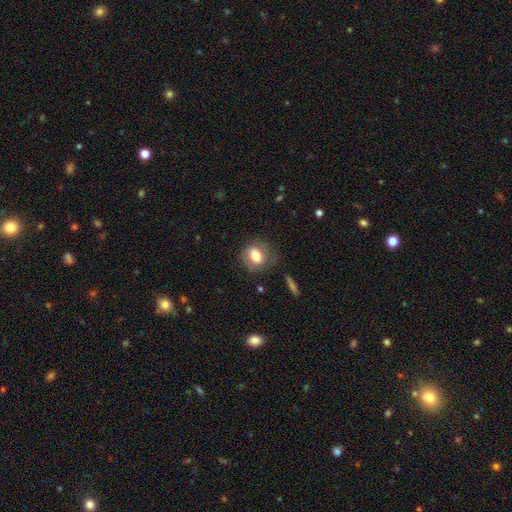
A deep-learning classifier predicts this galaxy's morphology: Smooth or featured: smooth — 69% (featured or disk — 23%)
How rounded: round — 51% (in between — 48%)
Merging: none — 69% (minor disturbance — 19%)